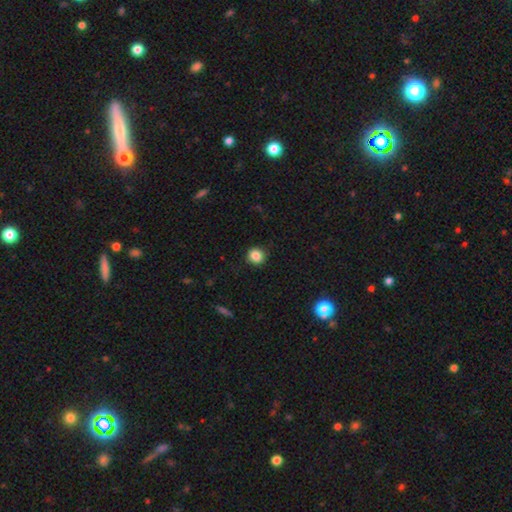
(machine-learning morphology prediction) Smooth or featured? Predicted: smooth (p=0.86). How rounded? Predicted: round (p=0.91). Merging? Predicted: none (p=0.89).